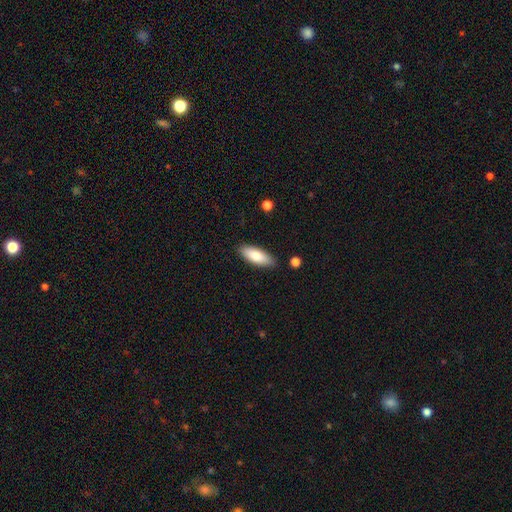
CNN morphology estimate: type=smooth (79%); roundness=in between (71%); merging=none (87%).